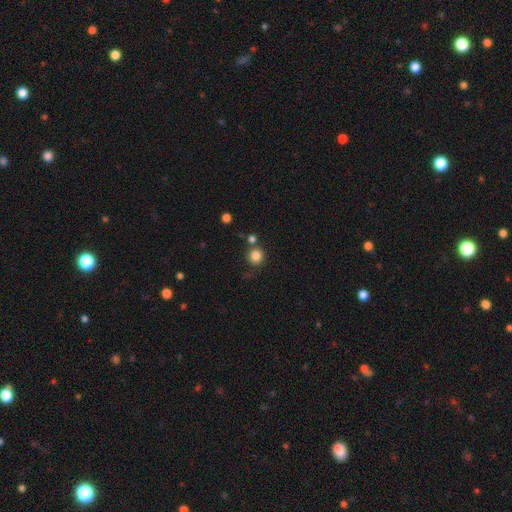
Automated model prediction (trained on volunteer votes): Morphology: type=smooth (84%); roundness=round (93%); merging=none (76%).